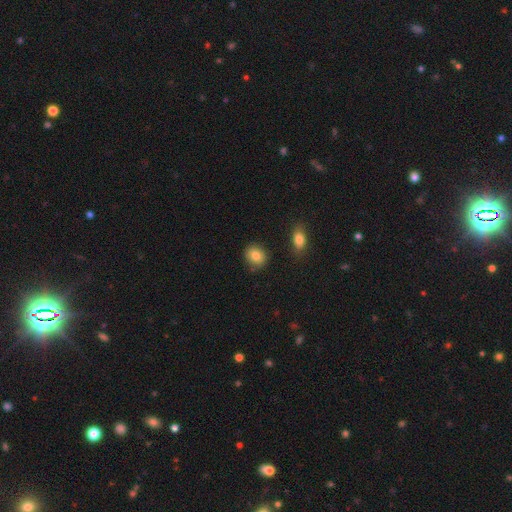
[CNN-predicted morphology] smooth_or_featured: smooth (p=0.83) [alt: featured or disk p=0.09]
how_rounded: round (p=0.68) [alt: in between p=0.31]
merging: none (p=0.81) [alt: minor disturbance p=0.13]